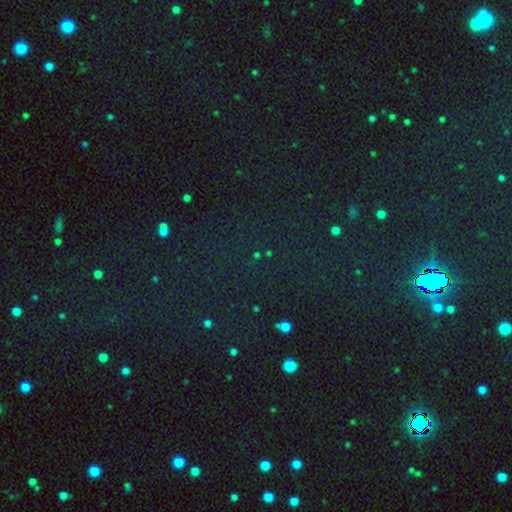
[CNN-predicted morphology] The model was most divided on "smooth or featured": star or artifact: 78%, smooth: 13%, featured or disk: 8%.